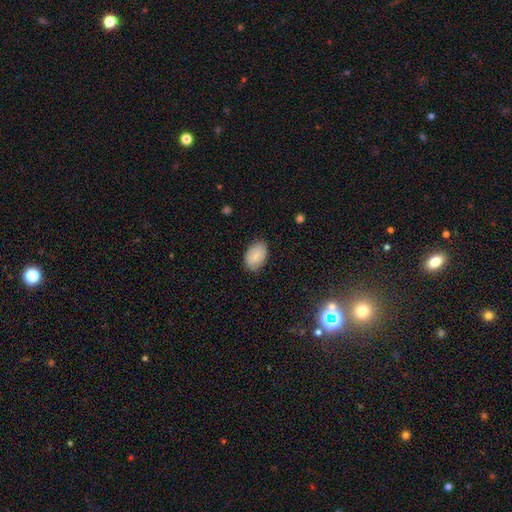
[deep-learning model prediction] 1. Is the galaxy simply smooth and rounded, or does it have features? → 84% smooth, 9% featured or disk, 7% star or artifact.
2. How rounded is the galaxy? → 89% in between, 10% round, 1% cigar-shaped.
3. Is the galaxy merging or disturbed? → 82% none, 14% minor disturbance, 3% major disturbance, 1% merger.